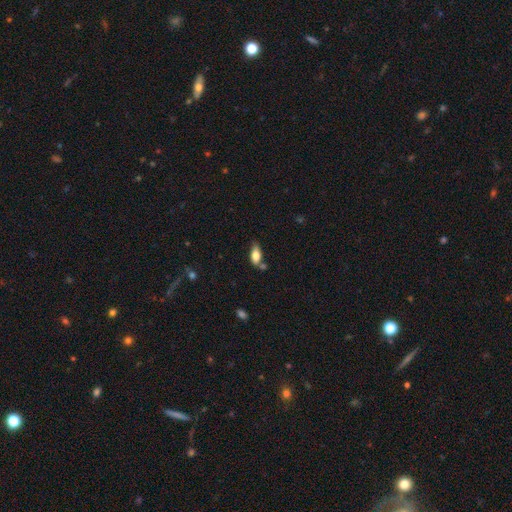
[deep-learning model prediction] The model was most divided on "merging": none: 56%, minor disturbance: 23%, merger: 15%, major disturbance: 6%. More confident: how rounded — in between (83%); smooth or featured — smooth (72%).